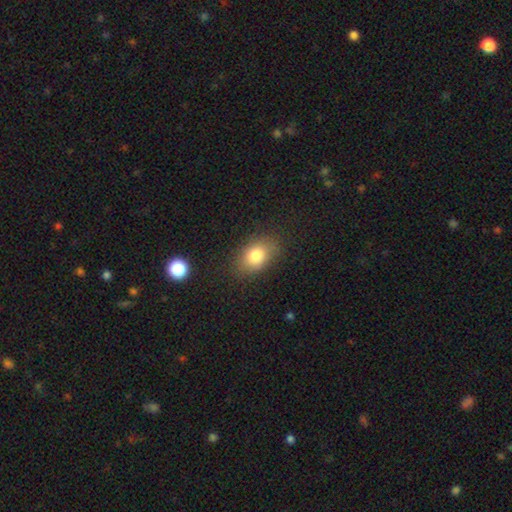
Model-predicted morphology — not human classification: smooth 81%, featured or disk 10%, star or artifact 10%. Down the decision tree: how rounded — in between (79%); merging — none (80%).